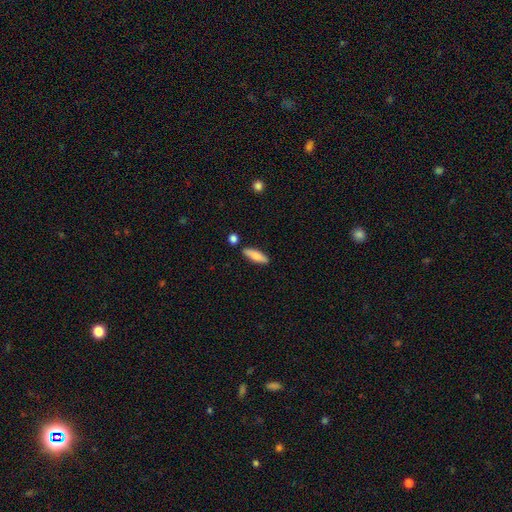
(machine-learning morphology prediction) smooth 76%, featured or disk 18%, star or artifact 6%. Down the decision tree: how rounded — cigar-shaped (57%); merging — none (85%).